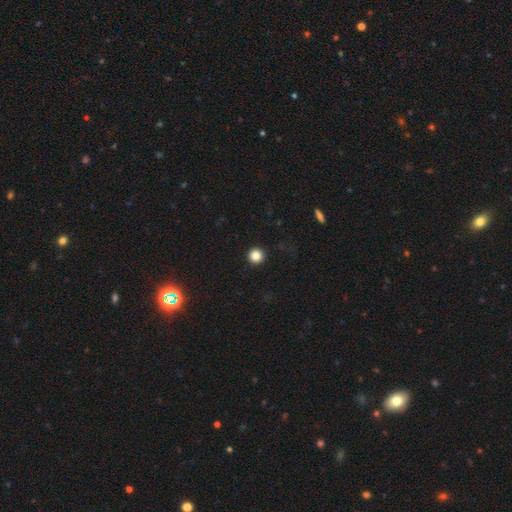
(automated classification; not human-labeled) Smooth or featured?
  - smooth: 85% *
  - star or artifact: 11%
  - featured or disk: 4%
How rounded?
  - round: 96% *
  - in between: 3%
  - cigar-shaped: 1%
Merging?
  - none: 94% *
  - minor disturbance: 4%
  - major disturbance: 2%
  - merger: 1%